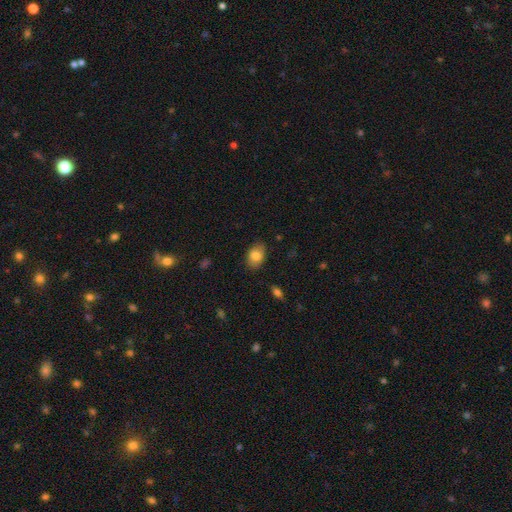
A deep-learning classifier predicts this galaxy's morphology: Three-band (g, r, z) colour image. It shows a smooth galaxy with no disk features (82%) that is in between round and cigar-shaped (83%). Merging: none (83%).